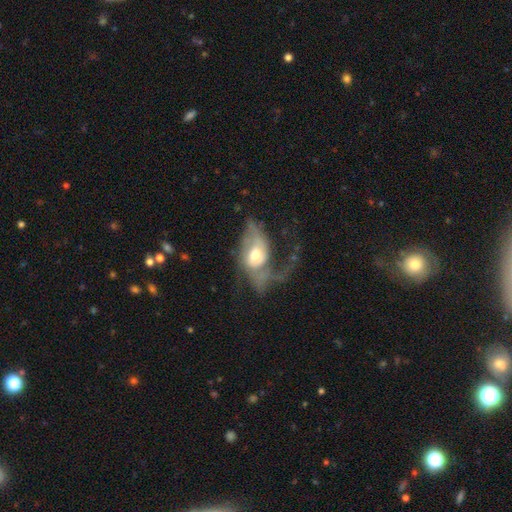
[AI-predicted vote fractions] smooth-or-featured: featured or disk: 63% | smooth: 30% | star or artifact: 7%
  disk-edge-on: no: 94% | yes: 6%
    bar: no: 70% | weak: 24% | strong: 6%
    has-spiral-arms: yes: 66% | no: 34%
    bulge-size: moderate: 65% | large: 20% | small: 12% | dominant: 2% | none: 1%
  merging: major disturbance: 57% | none: 21% | minor disturbance: 17% | merger: 5%